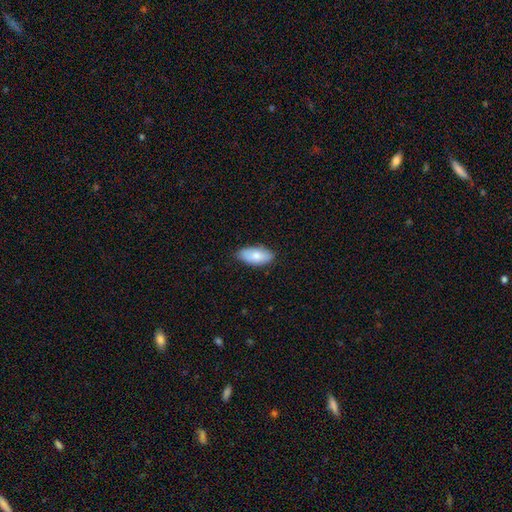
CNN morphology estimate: This appears to be a smooth galaxy with no disk features (79%) that is in between round and cigar-shaped (92%). Merging: none (83%).